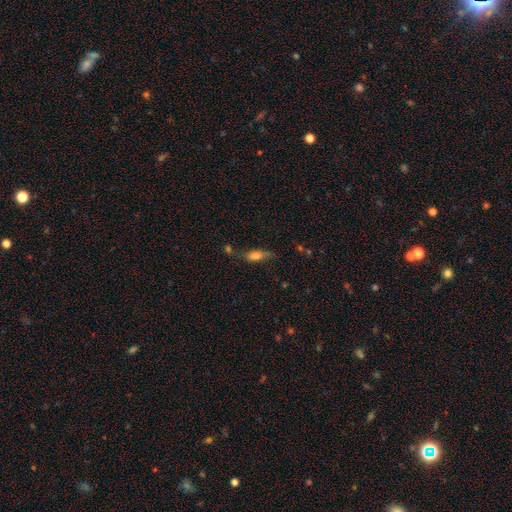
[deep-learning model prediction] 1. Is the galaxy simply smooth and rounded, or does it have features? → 69% smooth, 21% featured or disk, 10% star or artifact.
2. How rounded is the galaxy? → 68% in between, 28% cigar-shaped, 4% round.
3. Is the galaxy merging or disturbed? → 50% none, 28% minor disturbance, 13% major disturbance, 9% merger.